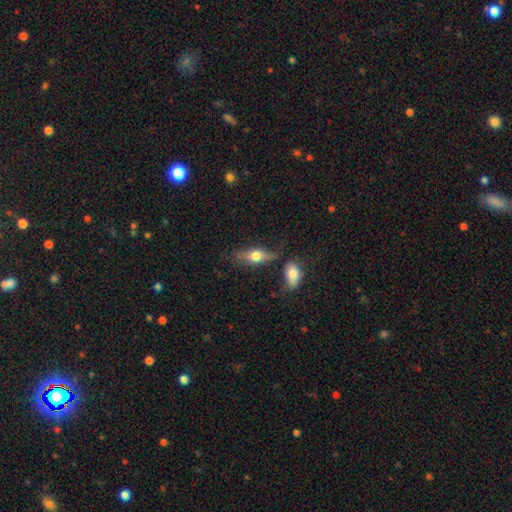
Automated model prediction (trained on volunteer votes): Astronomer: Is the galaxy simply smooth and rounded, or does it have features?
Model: featured or disk — 47% (runner-up: smooth, 45%).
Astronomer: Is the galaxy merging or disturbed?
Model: none — 62%.